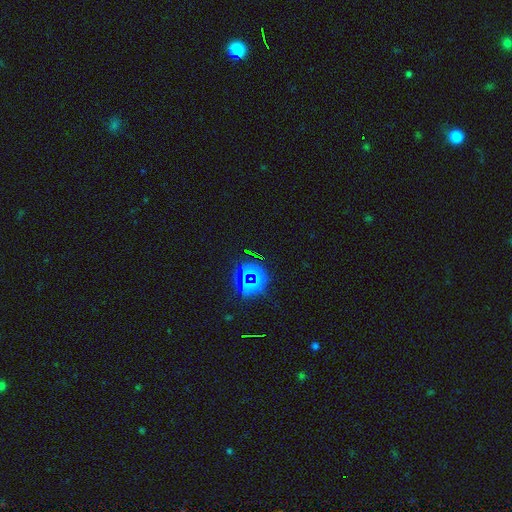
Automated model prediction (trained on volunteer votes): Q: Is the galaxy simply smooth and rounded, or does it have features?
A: star or artifact — 78%.